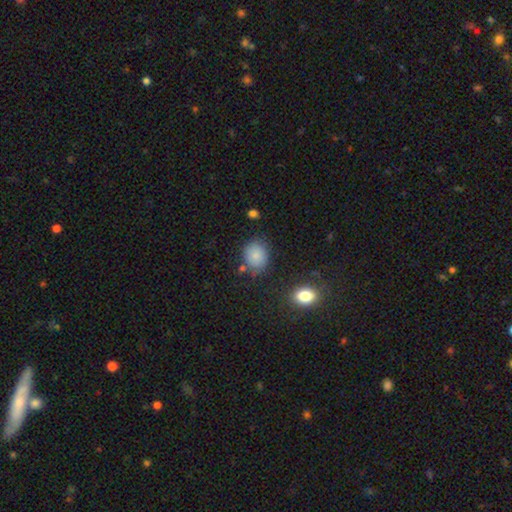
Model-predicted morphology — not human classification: type=smooth (84%); roundness=round (54%); merging=none (77%).